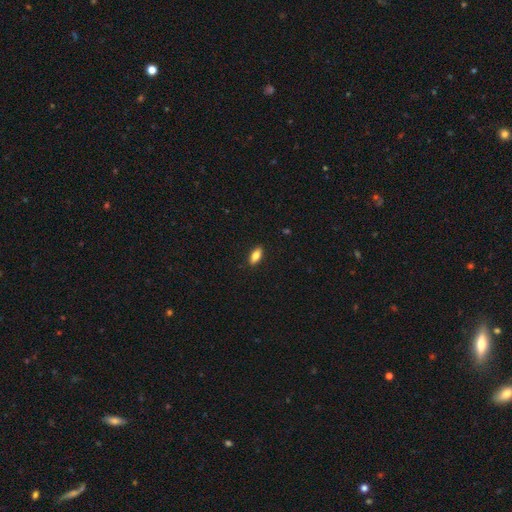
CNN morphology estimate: A smooth galaxy with no disk features (80%) that is in between round and cigar-shaped (85%).

Vote fractions:
- Smooth or featured? smooth: 80% / featured or disk: 13% / star or artifact: 7%
- How rounded? in between: 85% / cigar-shaped: 12% / round: 3%
- Merging? none: 89% / minor disturbance: 8% / major disturbance: 2% / merger: 1%